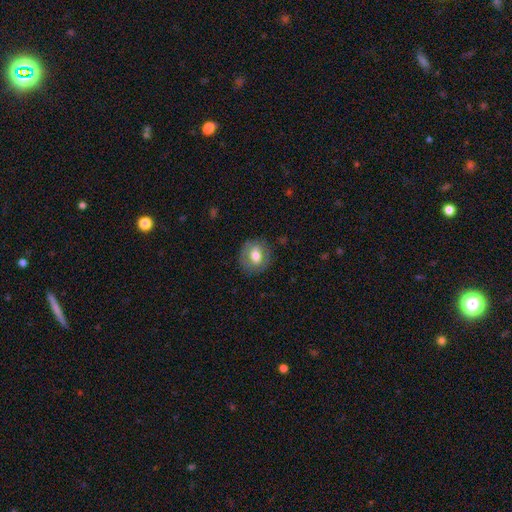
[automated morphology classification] Smooth or featured? Predicted: smooth (p=0.65). How rounded? Predicted: round (p=0.65). Merging? Predicted: none (p=0.82).